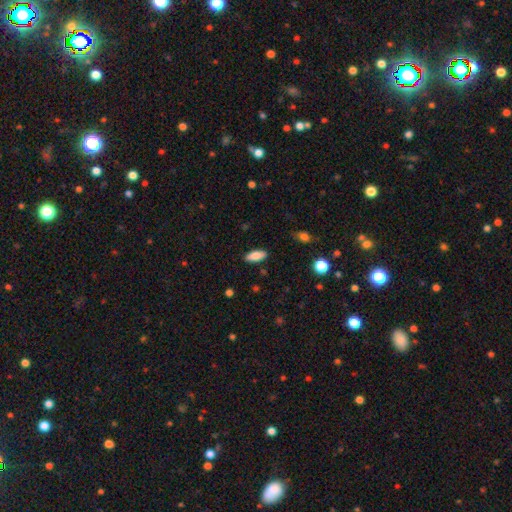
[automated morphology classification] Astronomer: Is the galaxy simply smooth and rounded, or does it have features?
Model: smooth — 86%.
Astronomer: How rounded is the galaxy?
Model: in between — 79%.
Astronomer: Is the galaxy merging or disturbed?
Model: none — 88%.